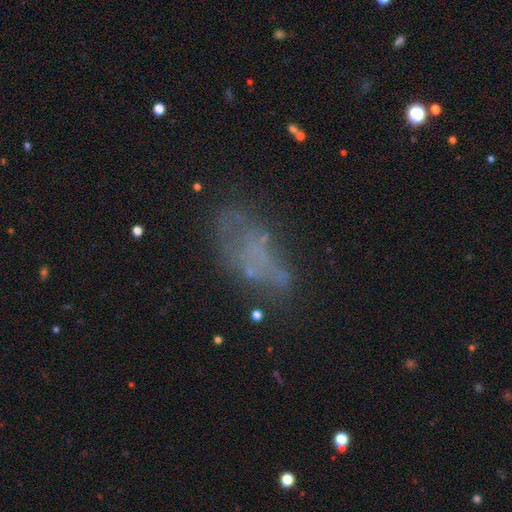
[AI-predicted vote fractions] Overall: featured or disk (44%; smooth 36%). Merging: none (48%; major disturbance 24%).